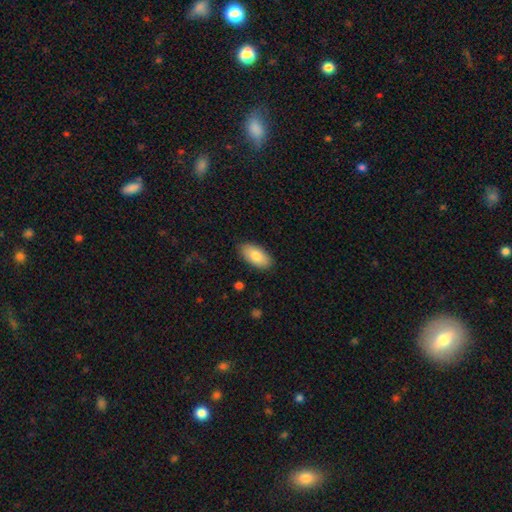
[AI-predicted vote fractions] smooth-or-featured: smooth: 82% | featured or disk: 12% | star or artifact: 6%
  how-rounded: in between: 94% | cigar-shaped: 4% | round: 2%
  merging: none: 87% | minor disturbance: 10% | major disturbance: 2% | merger: 1%